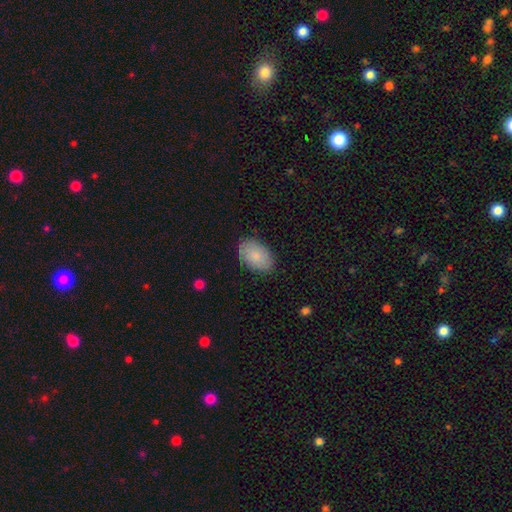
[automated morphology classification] A smooth galaxy with no disk features (84%) that is in between round and cigar-shaped (91%). Merging: none (85%).